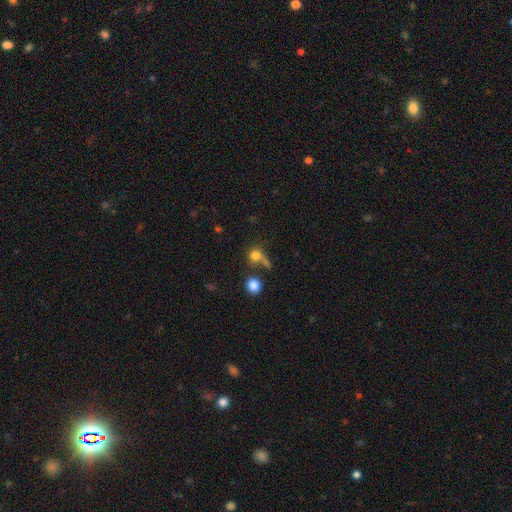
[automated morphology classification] This is likely a smooth galaxy (78%). How rounded: clearly round (85%). Merging: possibly none (53%).